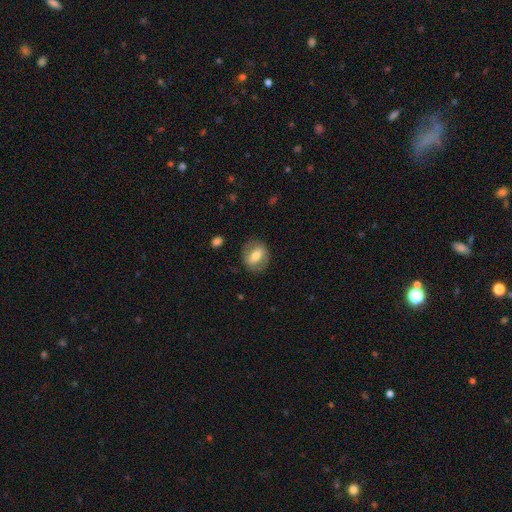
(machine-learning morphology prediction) Smooth or featured?
  - smooth: 50% *
  - featured or disk: 43%
  - star or artifact: 7%
How rounded?
  - in between: 52% *
  - round: 45%
  - cigar-shaped: 3%
Merging?
  - none: 81% *
  - minor disturbance: 13%
  - major disturbance: 5%
  - merger: 1%